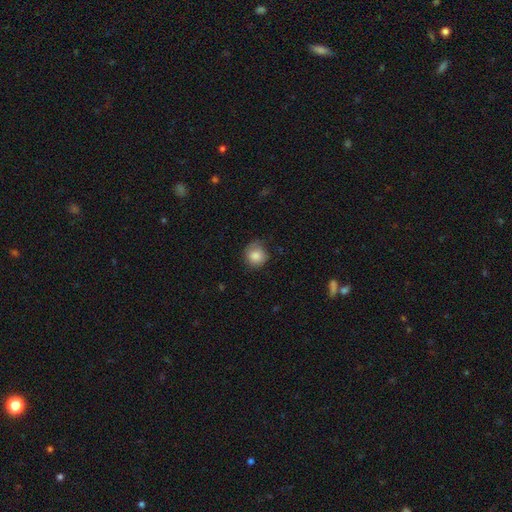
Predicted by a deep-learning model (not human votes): The model was most divided on "merging": none: 62%, minor disturbance: 28%, major disturbance: 8%, merger: 1%. More confident: how rounded — round (86%); smooth or featured — smooth (84%).